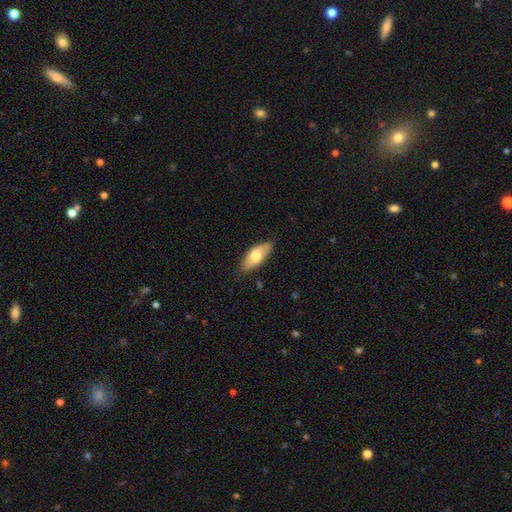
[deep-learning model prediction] Smooth or featured? Predicted: smooth (p=0.70). How rounded? Predicted: in between (p=0.85). Merging? Predicted: none (p=0.77).